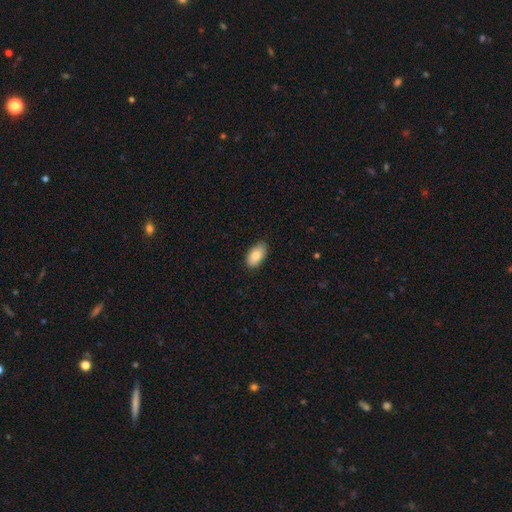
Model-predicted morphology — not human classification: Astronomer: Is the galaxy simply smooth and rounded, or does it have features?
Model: smooth — 82%.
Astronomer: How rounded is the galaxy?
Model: in between — 94%.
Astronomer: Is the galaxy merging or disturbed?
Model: none — 85%.